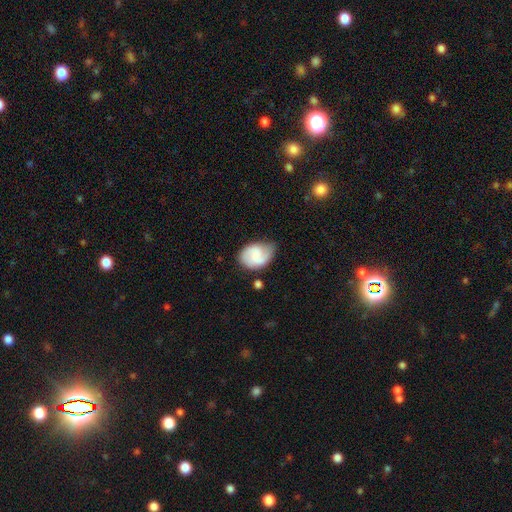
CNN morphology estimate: Smooth or featured? Predicted: smooth (p=0.54). How rounded? Predicted: in between (p=0.72). Merging? Predicted: none (p=0.47).